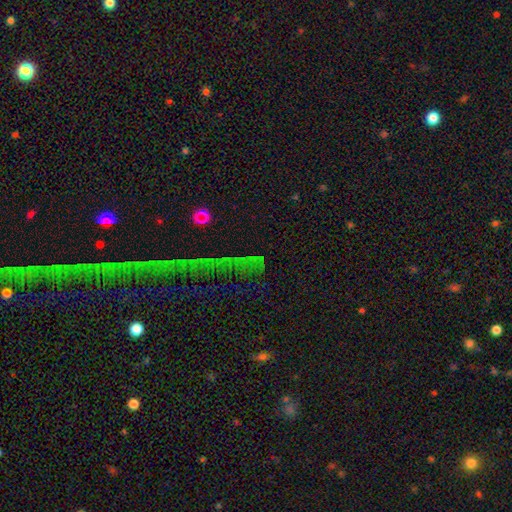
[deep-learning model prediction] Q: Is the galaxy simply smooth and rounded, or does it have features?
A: star or artifact — 79%.